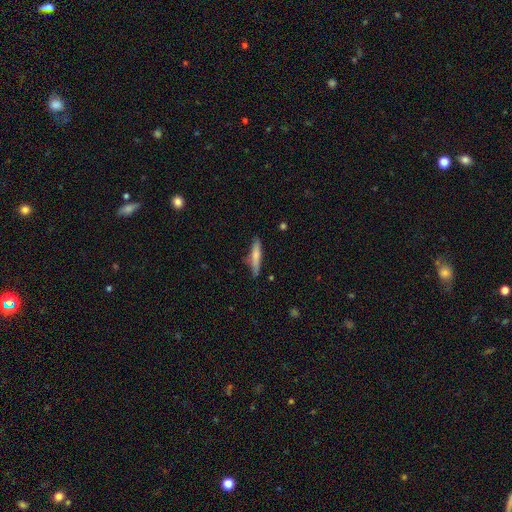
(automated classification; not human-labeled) A smooth galaxy with no disk features (67%) that is cigar-shaped (89%).

Vote fractions:
- Smooth or featured? smooth: 67% / featured or disk: 26% / star or artifact: 6%
- How rounded? cigar-shaped: 89% / in between: 10% / round: 1%
- Merging? none: 78% / minor disturbance: 16% / major disturbance: 3% / merger: 2%